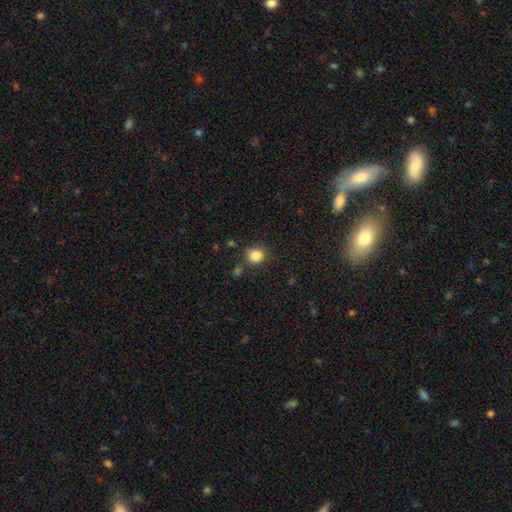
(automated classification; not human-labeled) smooth 84%, star or artifact 11%, featured or disk 5%. Down the decision tree: how rounded — round (83%); merging — none (78%).